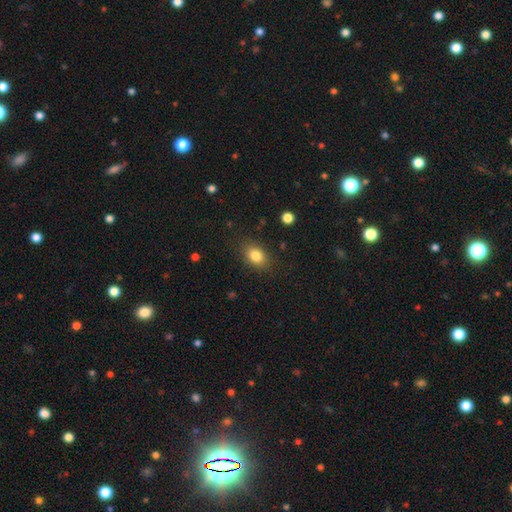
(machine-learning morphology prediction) Smooth or featured: smooth — 83% (star or artifact — 10%)
How rounded: in between — 76% (round — 23%)
Merging: none — 84% (minor disturbance — 11%)